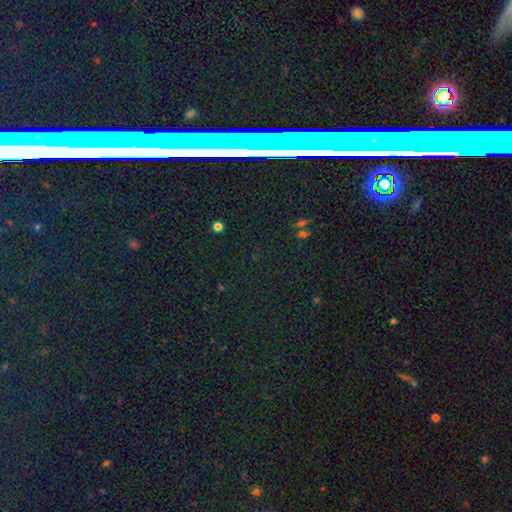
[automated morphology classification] Overall: star or artifact (79%).